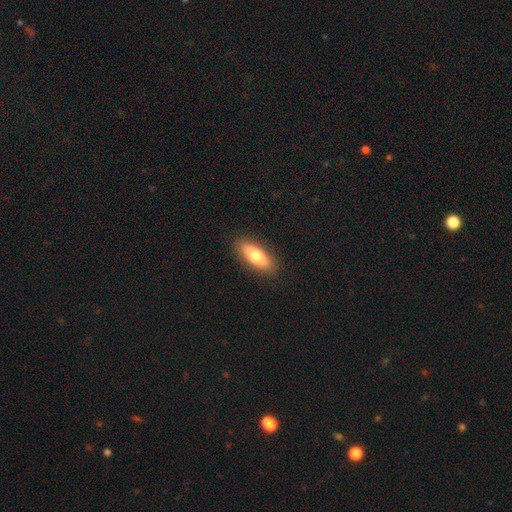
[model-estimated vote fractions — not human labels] Overall: smooth (70%). How rounded: in between (74%). Merging: none (88%).